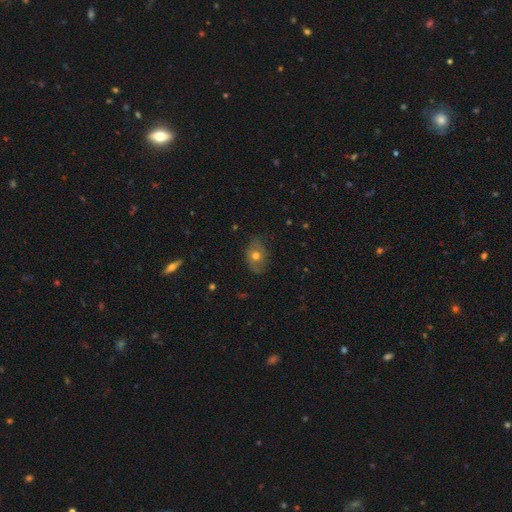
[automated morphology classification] smooth_or_featured: smooth (p=0.59) [alt: featured or disk p=0.30]
how_rounded: in between (p=0.71) [alt: round p=0.27]
merging: none (p=0.77) [alt: minor disturbance p=0.17]